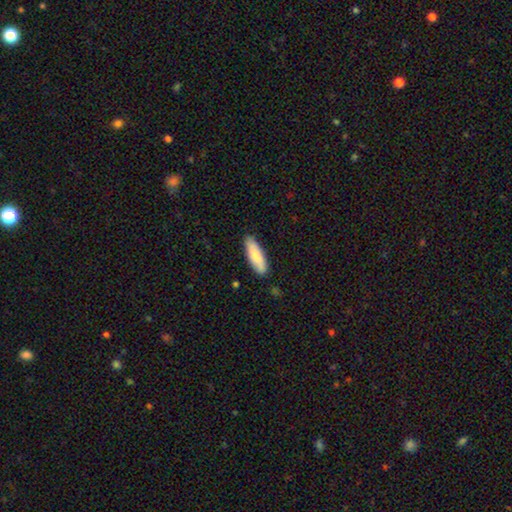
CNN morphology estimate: Smooth or featured?
  - smooth: 81% *
  - featured or disk: 14%
  - star or artifact: 5%
How rounded?
  - in between: 54% *
  - cigar-shaped: 44%
  - round: 2%
Merging?
  - none: 86% *
  - minor disturbance: 11%
  - major disturbance: 2%
  - merger: 1%